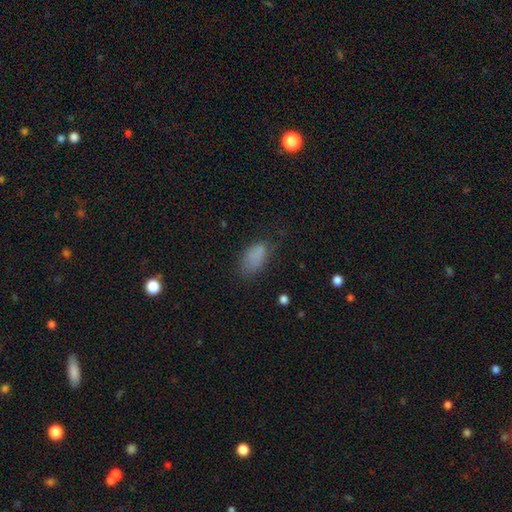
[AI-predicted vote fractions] smooth-or-featured: smooth: 81% | star or artifact: 12% | featured or disk: 8%
  how-rounded: in between: 92% | round: 6% | cigar-shaped: 3%
  merging: none: 57% | minor disturbance: 27% | major disturbance: 14% | merger: 2%